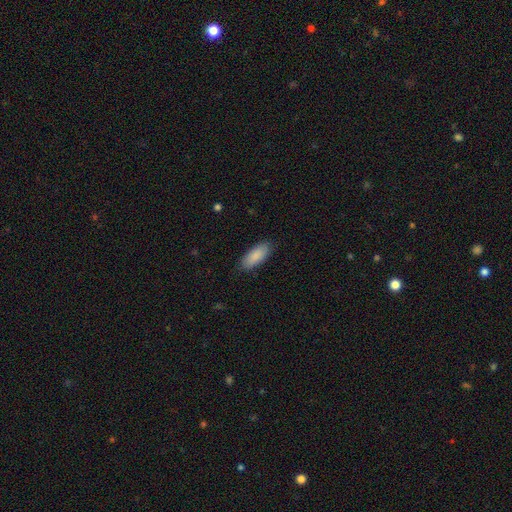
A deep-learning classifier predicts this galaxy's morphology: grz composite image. It shows a smooth galaxy with no disk features (89%) that is in between round and cigar-shaped (81%). Merging: none (86%).